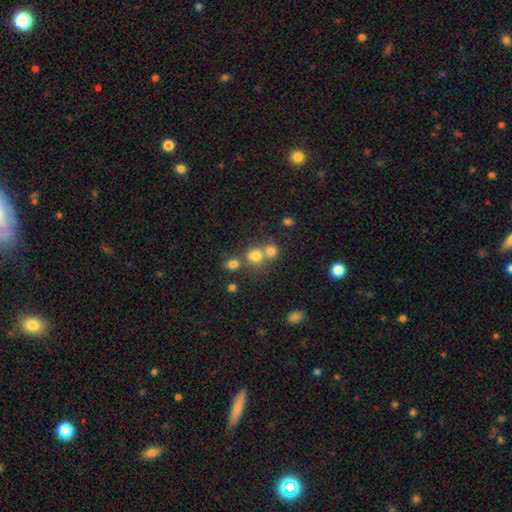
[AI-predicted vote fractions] Smooth or featured?
  - smooth: 73% *
  - star or artifact: 16%
  - featured or disk: 11%
How rounded?
  - round: 78% *
  - in between: 21%
  - cigar-shaped: 1%
Merging?
  - merger: 46% *
  - none: 43%
  - minor disturbance: 7%
  - major disturbance: 4%